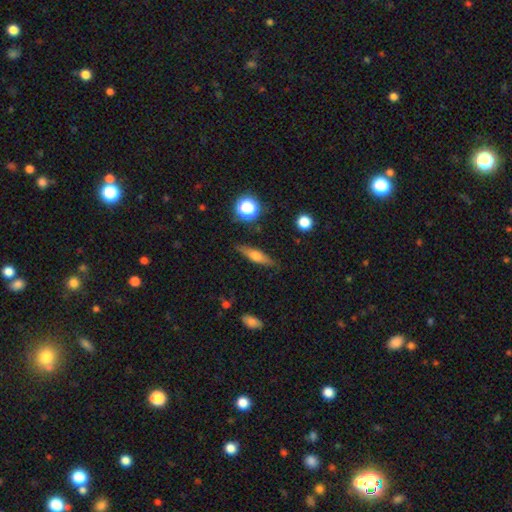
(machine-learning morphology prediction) This is possibly a smooth galaxy (46%, tied with featured or disk). Merging: clearly none (86%).